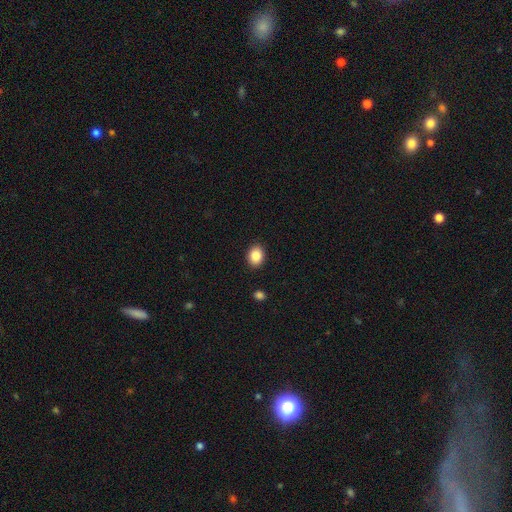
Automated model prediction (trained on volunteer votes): smooth 86%, star or artifact 9%, featured or disk 5%. Down the decision tree: how rounded — in between (57%); merging — none (90%).